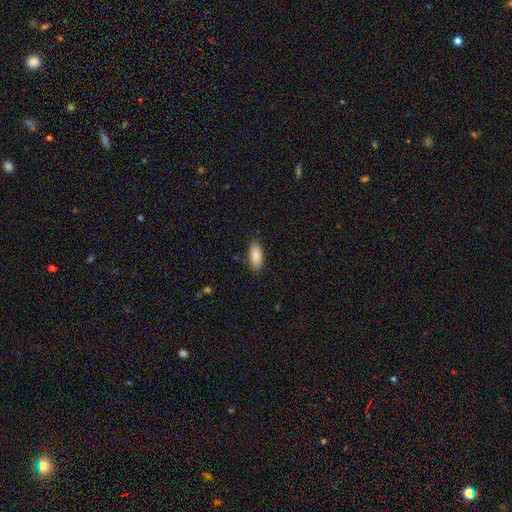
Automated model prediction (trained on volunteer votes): Q: Smooth or featured?
A: smooth (86%); runner-up: featured or disk (7%)
Q: How rounded?
A: in between (83%); runner-up: cigar-shaped (15%)
Q: Merging?
A: none (84%); runner-up: minor disturbance (12%)